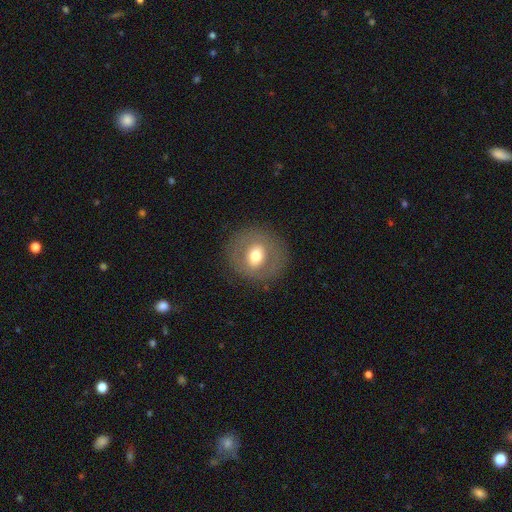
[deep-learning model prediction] Smooth or featured?
  - smooth: 56% *
  - featured or disk: 35%
  - star or artifact: 9%
How rounded?
  - round: 84% *
  - in between: 15%
  - cigar-shaped: 1%
Merging?
  - none: 85% *
  - minor disturbance: 9%
  - major disturbance: 5%
  - merger: 1%